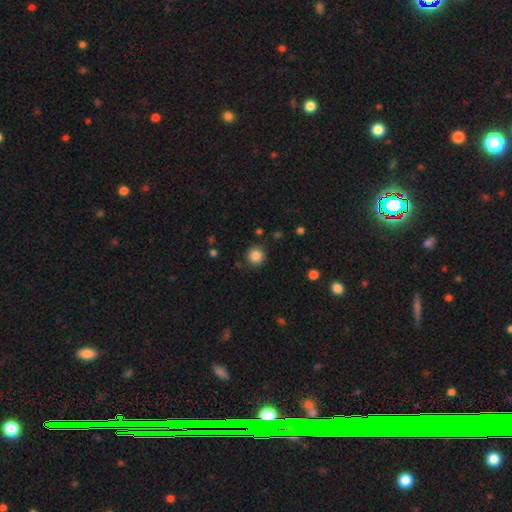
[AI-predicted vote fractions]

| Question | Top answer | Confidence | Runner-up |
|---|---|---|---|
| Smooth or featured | smooth | 86% | star or artifact (11%) |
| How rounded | round | 94% | in between (5%) |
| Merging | none | 88% | minor disturbance (8%) |